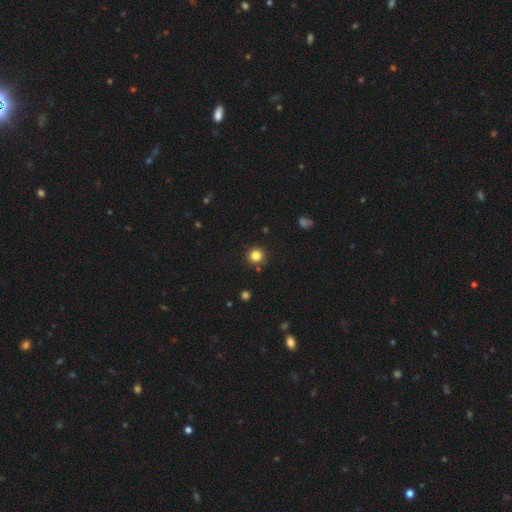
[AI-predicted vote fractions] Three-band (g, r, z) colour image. It shows a smooth galaxy with no disk features (83%) that is round (94%). Merging: none (89%).